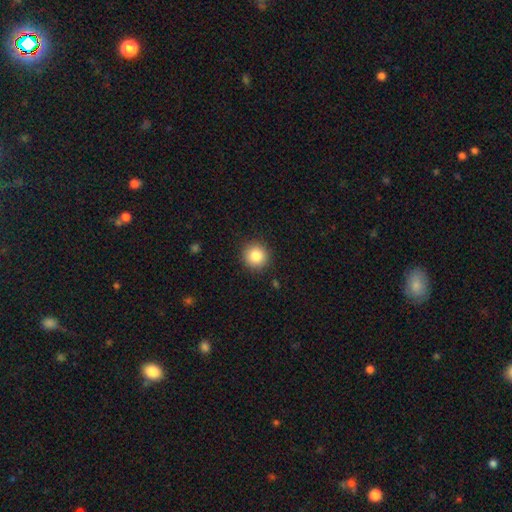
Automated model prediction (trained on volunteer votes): A smooth galaxy with no disk features (84%) that is round (94%). Merging: none (91%).